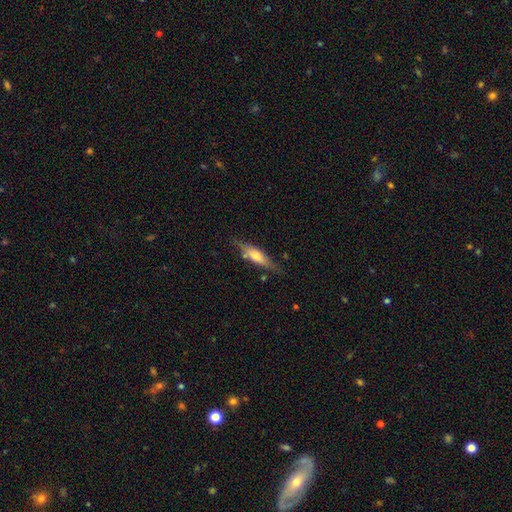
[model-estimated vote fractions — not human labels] Smooth or featured?
  - featured or disk: 47% *
  - smooth: 46%
  - star or artifact: 7%
Merging?
  - none: 72% *
  - minor disturbance: 19%
  - major disturbance: 5%
  - merger: 4%